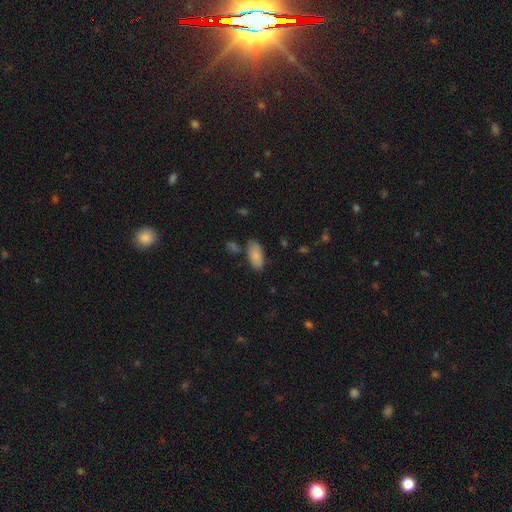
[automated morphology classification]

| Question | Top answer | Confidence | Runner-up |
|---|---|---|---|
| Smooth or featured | smooth | 85% | featured or disk (8%) |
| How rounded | in between | 92% | cigar-shaped (6%) |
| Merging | none | 75% | minor disturbance (16%) |